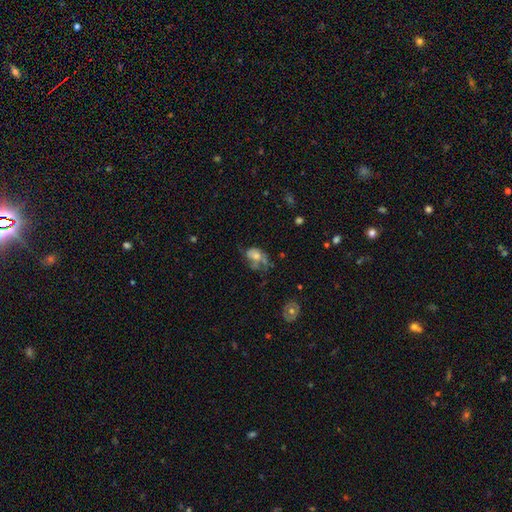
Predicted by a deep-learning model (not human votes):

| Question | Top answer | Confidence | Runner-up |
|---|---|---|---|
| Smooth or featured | smooth | 47% | featured or disk (42%) |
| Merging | major disturbance | 41% | none (27%) |